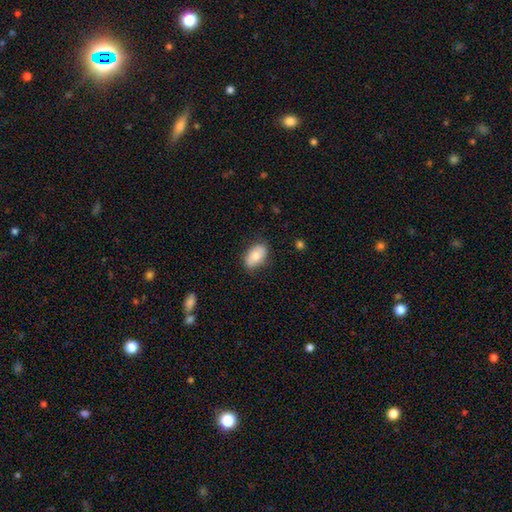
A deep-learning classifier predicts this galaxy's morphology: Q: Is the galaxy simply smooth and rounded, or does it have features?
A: smooth — 78%.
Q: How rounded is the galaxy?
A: in between — 92%.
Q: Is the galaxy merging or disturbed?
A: none — 81%.